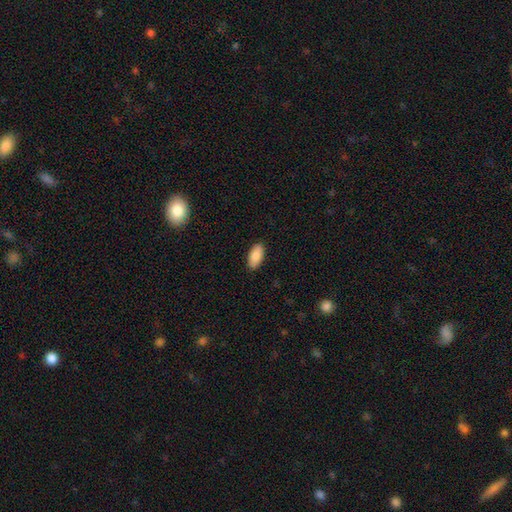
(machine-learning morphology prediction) Smooth or featured?
  - smooth: 86% *
  - featured or disk: 7%
  - star or artifact: 6%
How rounded?
  - in between: 91% *
  - cigar-shaped: 7%
  - round: 2%
Merging?
  - none: 89% *
  - minor disturbance: 8%
  - major disturbance: 2%
  - merger: 1%